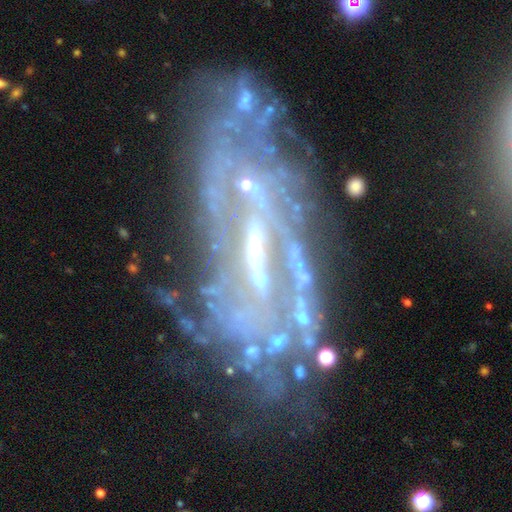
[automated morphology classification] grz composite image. It shows a featured or disk galaxy (82%) with a weak bar (36%), tight (40%) spiral arms (71%) and a small central bulge (60%). Merging: none (53%).